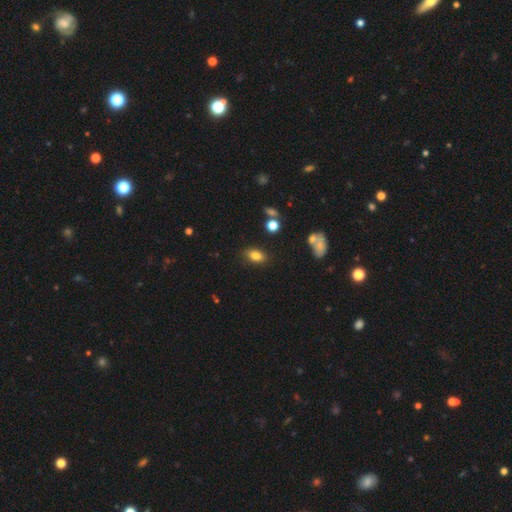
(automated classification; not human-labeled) This appears to be a smooth galaxy with no disk features (81%) that is in between round and cigar-shaped (83%). Merging: none (83%).